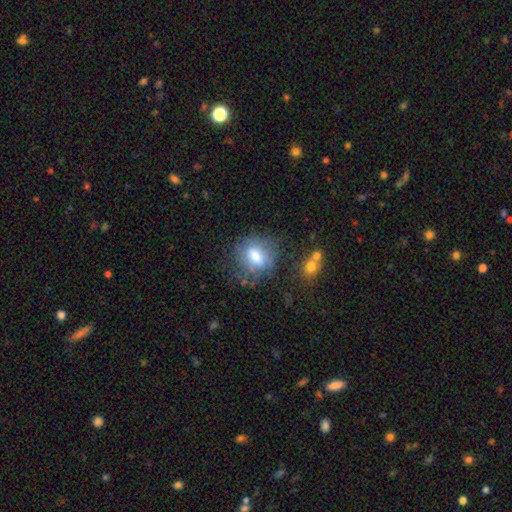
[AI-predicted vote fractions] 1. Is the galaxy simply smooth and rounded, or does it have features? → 66% smooth, 25% featured or disk, 9% star or artifact.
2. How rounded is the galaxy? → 50% round, 48% in between, 2% cigar-shaped.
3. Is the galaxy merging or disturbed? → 59% none, 24% minor disturbance, 12% major disturbance, 5% merger.